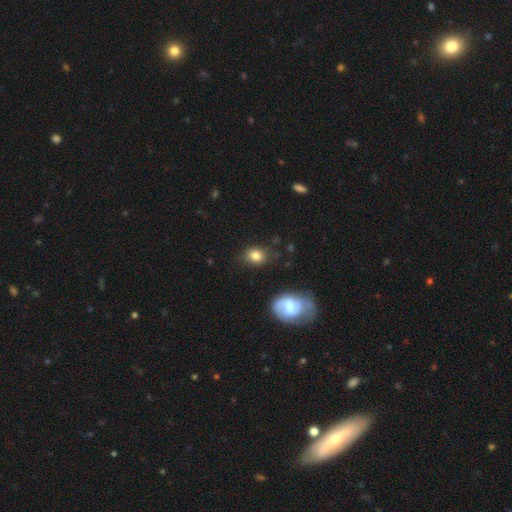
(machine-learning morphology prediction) This appears to be a smooth galaxy with no disk features (81%) that is in between round and cigar-shaped (52%). Merging: none (78%).